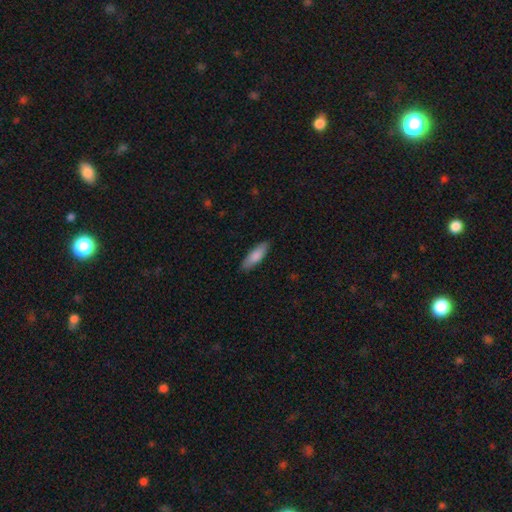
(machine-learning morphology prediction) Overall: smooth (83%). How rounded: cigar-shaped (51%; in between 47%). Merging: none (88%).